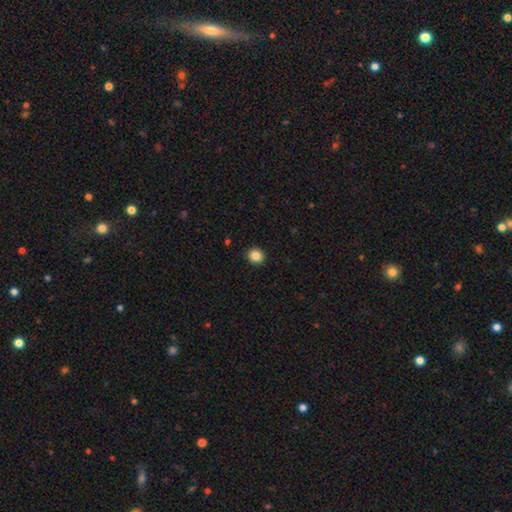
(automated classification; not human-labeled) Morphology: type=smooth (85%); roundness=round (87%); merging=none (92%).